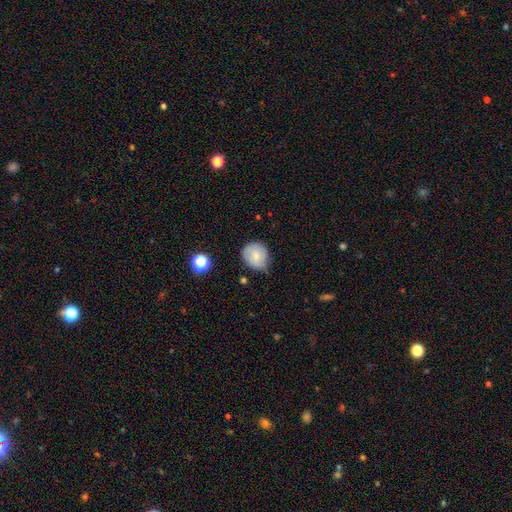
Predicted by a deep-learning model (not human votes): Smooth or featured? Predicted: smooth (p=0.74). How rounded? Predicted: round (p=0.83). Merging? Predicted: none (p=0.61).